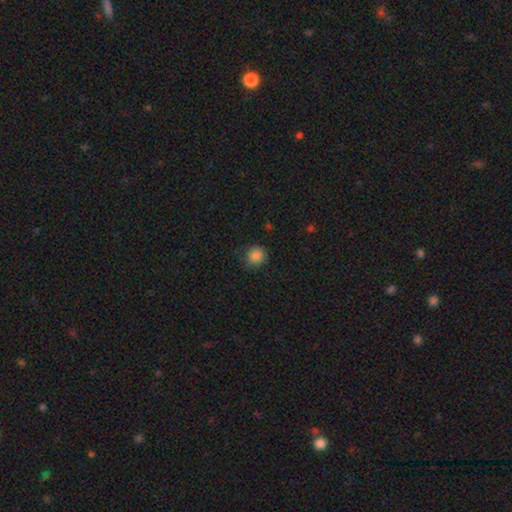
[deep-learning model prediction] A smooth galaxy with no disk features (84%) that is round (90%). Merging: none (81%).